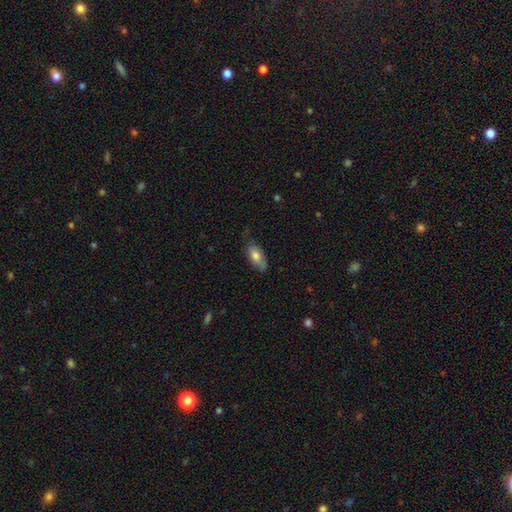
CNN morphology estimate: A smooth galaxy with no disk features (75%) that is in between round and cigar-shaped (86%). Merging: none (58%).